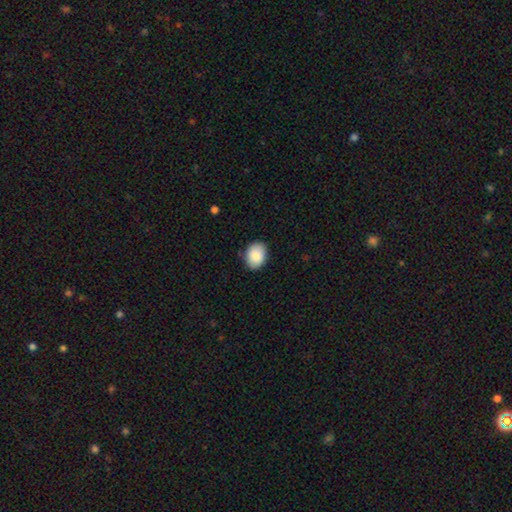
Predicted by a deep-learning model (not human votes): Smooth or featured: smooth — 88% (star or artifact — 7%)
How rounded: in between — 66% (round — 33%)
Merging: none — 84% (minor disturbance — 13%)